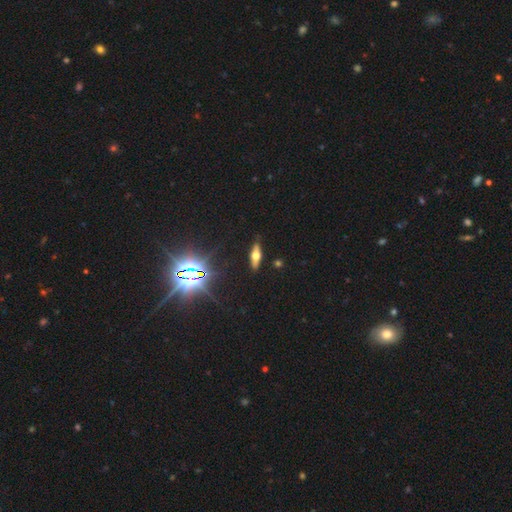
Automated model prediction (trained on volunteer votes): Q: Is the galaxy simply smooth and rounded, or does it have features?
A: featured or disk — 45%.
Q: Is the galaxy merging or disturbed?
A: none — 88%.